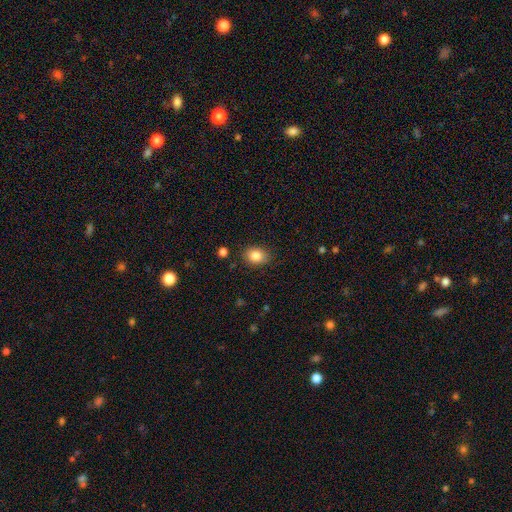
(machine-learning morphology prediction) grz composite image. It shows a smooth galaxy with no disk features (85%) that is in between round and cigar-shaped (59%). Merging: none (85%).